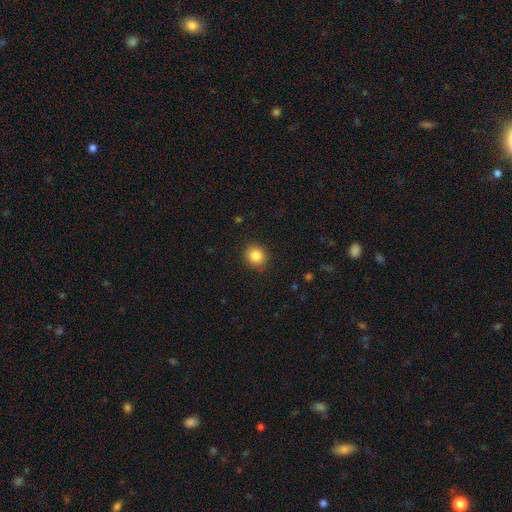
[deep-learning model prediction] Overall: smooth (85%). How rounded: round (80%). Merging: none (90%).